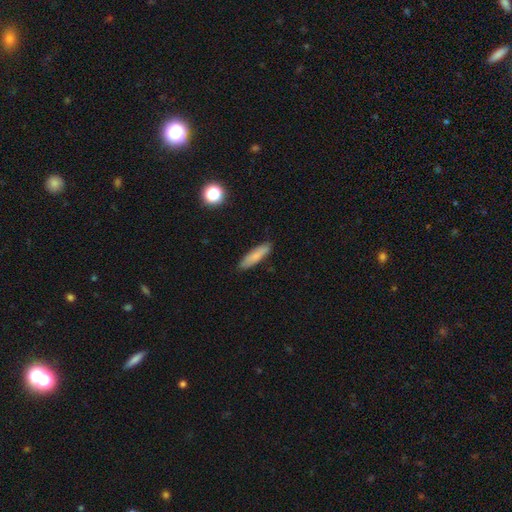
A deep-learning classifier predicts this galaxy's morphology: Smooth or featured: smooth — 79% (featured or disk — 13%)
How rounded: cigar-shaped — 76% (in between — 22%)
Merging: none — 88% (minor disturbance — 9%)